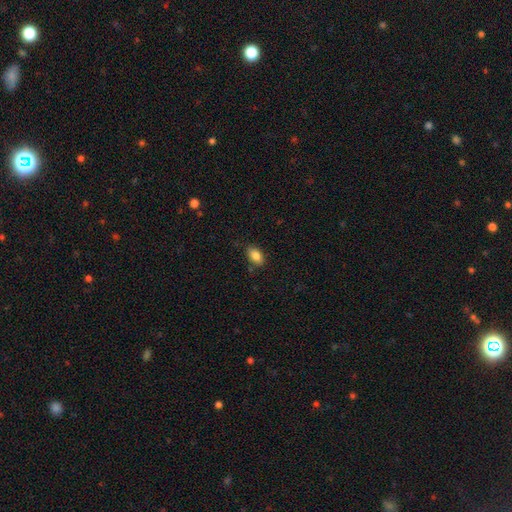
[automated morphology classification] Smooth or featured? Predicted: smooth (p=0.85). How rounded? Predicted: in between (p=0.90). Merging? Predicted: none (p=0.83).